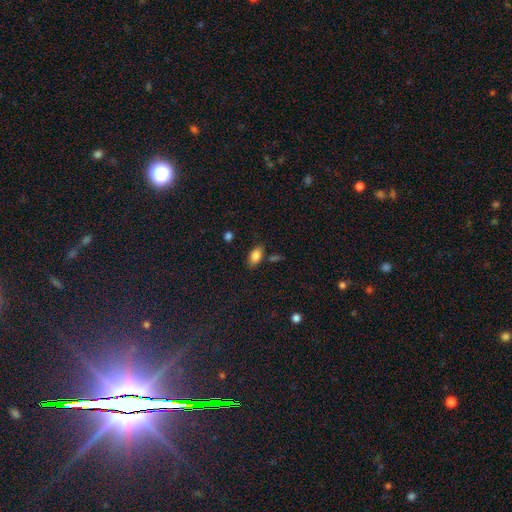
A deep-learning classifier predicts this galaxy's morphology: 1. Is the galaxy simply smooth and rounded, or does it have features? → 84% smooth, 8% star or artifact, 7% featured or disk.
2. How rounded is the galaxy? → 91% in between, 5% round, 4% cigar-shaped.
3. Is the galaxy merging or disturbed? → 78% none, 13% minor disturbance, 5% merger, 3% major disturbance.